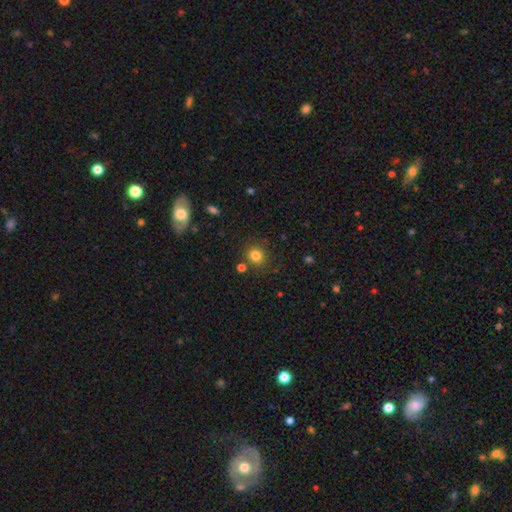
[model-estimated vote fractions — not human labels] Q: Smooth or featured?
A: smooth (81%); runner-up: star or artifact (13%)
Q: How rounded?
A: round (80%); runner-up: in between (19%)
Q: Merging?
A: none (80%); runner-up: minor disturbance (10%)